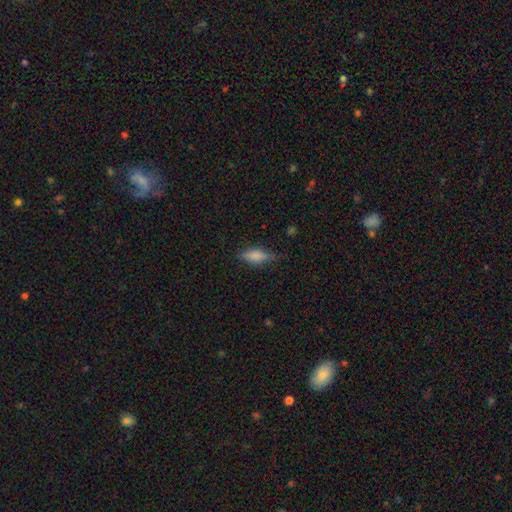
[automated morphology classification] Smooth or featured: smooth — 74% (featured or disk — 17%)
How rounded: in between — 70% (cigar-shaped — 27%)
Merging: none — 68% (minor disturbance — 24%)